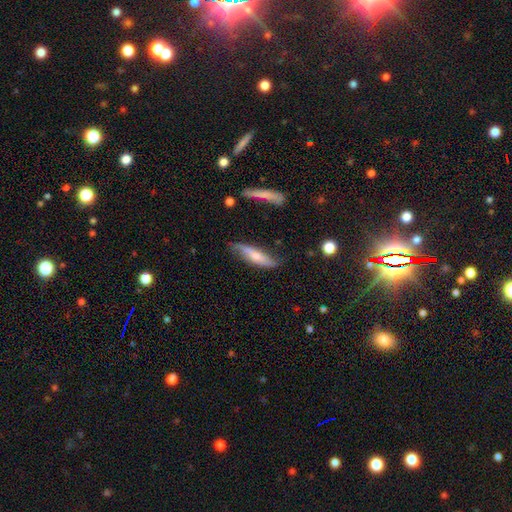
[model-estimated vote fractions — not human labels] A smooth galaxy with no disk features (49%). Merging: none (61%).